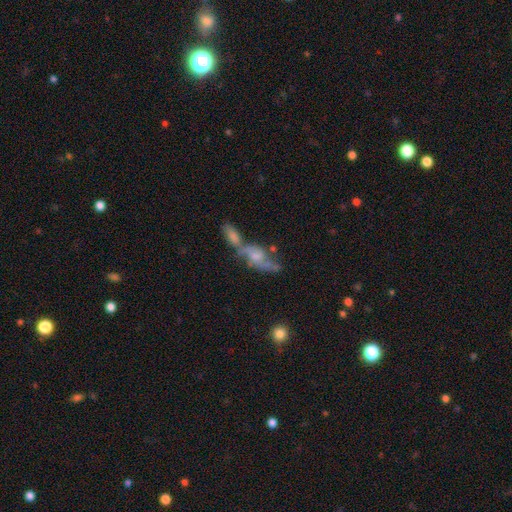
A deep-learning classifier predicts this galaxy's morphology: A featured or disk galaxy (58%). Merging: merger (51%).